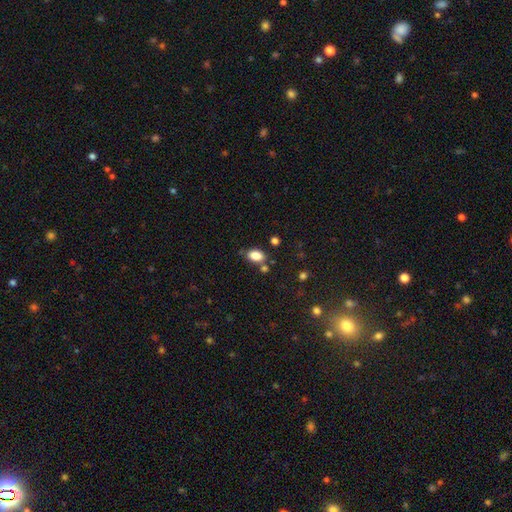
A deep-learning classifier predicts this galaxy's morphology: Smooth or featured: smooth — 85% (star or artifact — 10%)
How rounded: in between — 88% (round — 10%)
Merging: none — 73% (minor disturbance — 13%)